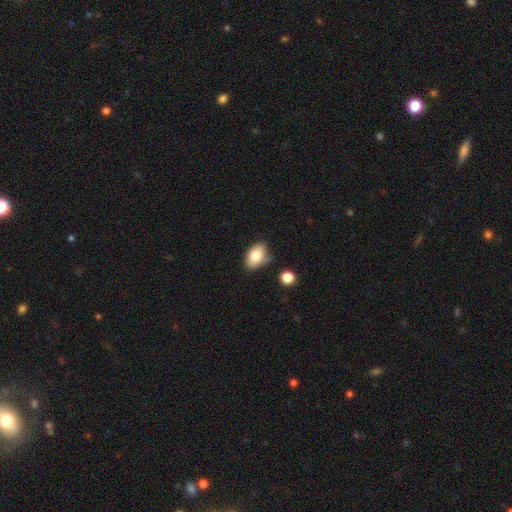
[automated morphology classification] A smooth galaxy with no disk features (80%) that is in between round and cigar-shaped (90%). Merging: none (67%).